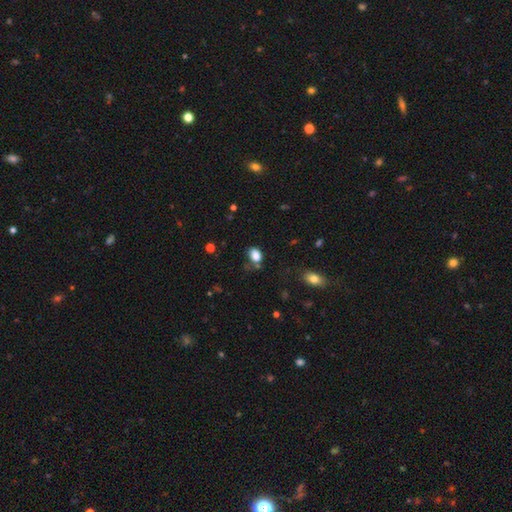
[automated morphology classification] Smooth or featured: smooth — 83% (star or artifact — 11%)
How rounded: in between — 75% (round — 24%)
Merging: none — 62% (minor disturbance — 23%)